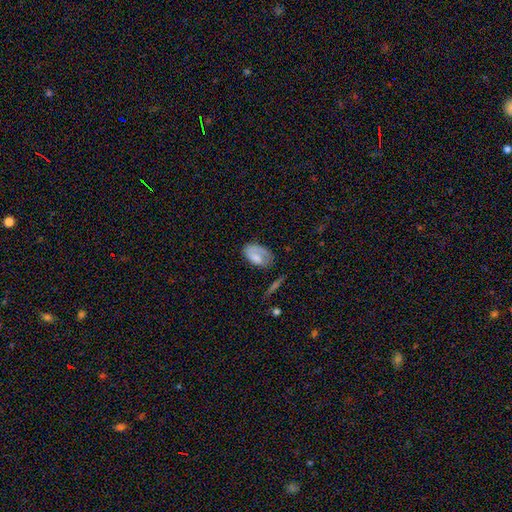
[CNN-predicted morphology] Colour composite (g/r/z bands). It shows a smooth galaxy with no disk features (65%) that is in between round and cigar-shaped (91%). Merging: none (49%).